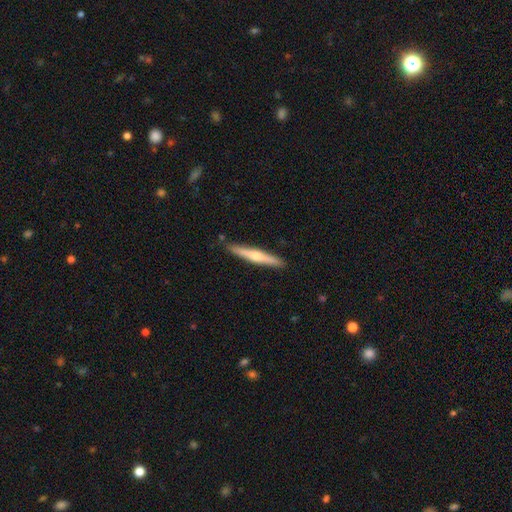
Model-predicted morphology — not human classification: A featured or disk galaxy (58%) viewed edge-on (97%) with a rounded central bulge (82%). Merging: none (90%).